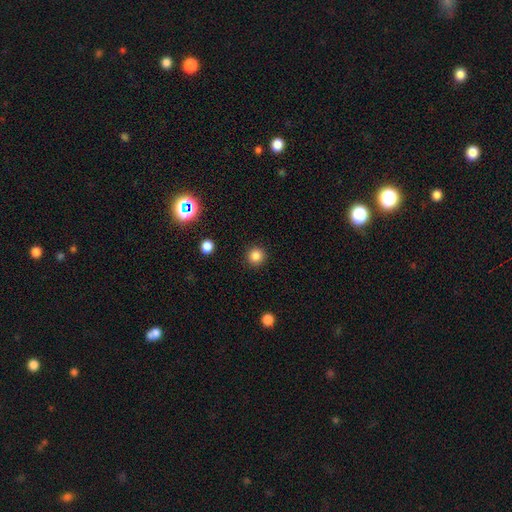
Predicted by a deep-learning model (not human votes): This appears to be a smooth galaxy with no disk features (85%) that is round (95%). Merging: none (92%).